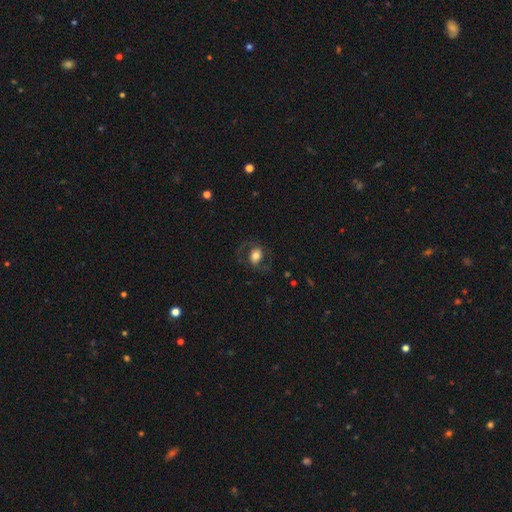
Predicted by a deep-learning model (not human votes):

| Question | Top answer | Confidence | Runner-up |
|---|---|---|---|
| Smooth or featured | smooth | 50% | featured or disk (42%) |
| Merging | none | 68% | major disturbance (17%) |